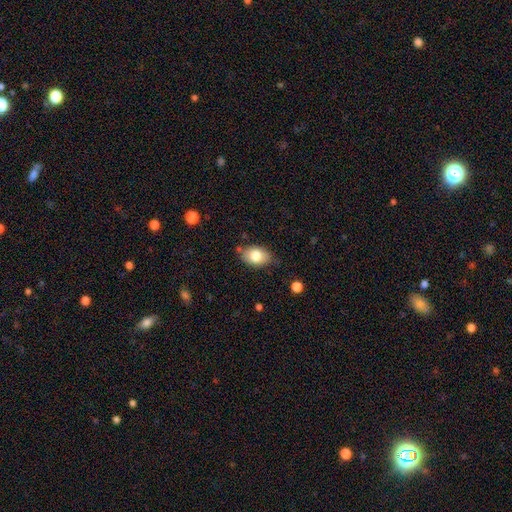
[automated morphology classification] type=smooth (79%); roundness=in between (86%); merging=none (77%).